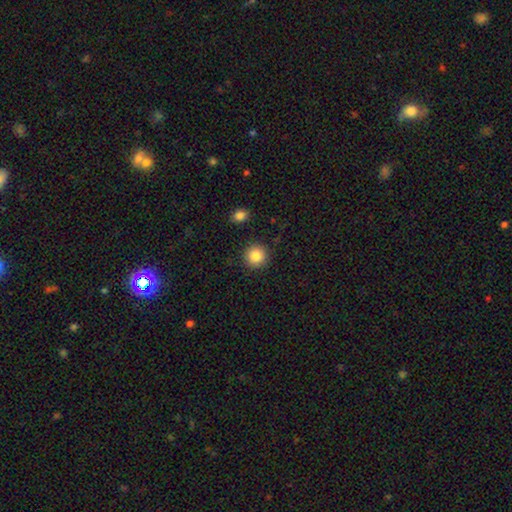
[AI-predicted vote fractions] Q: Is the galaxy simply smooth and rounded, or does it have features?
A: smooth — 85%.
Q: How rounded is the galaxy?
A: round — 94%.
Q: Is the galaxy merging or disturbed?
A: none — 90%.